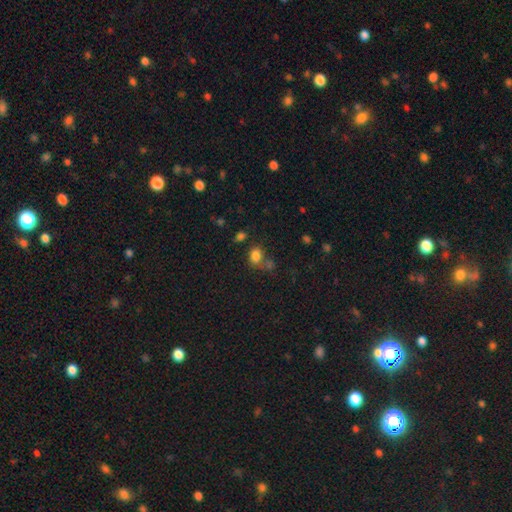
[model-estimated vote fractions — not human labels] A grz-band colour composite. It shows a smooth galaxy with no disk features (80%) that is in between round and cigar-shaped (54%). Merging: none (51%).